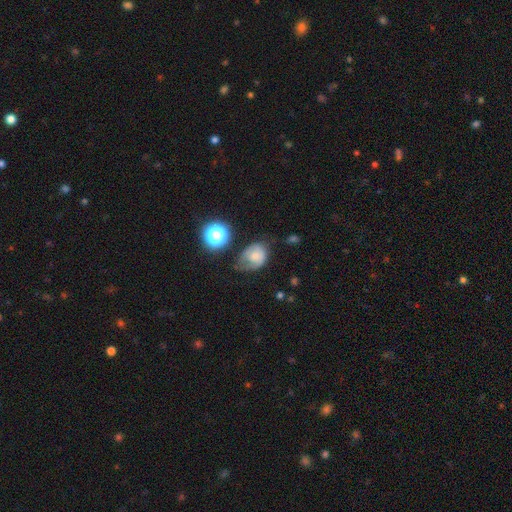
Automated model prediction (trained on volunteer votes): Overall: smooth (62%; featured or disk 26%). How rounded: in between (58%; round 41%). Merging: minor disturbance (39%; none 33%).